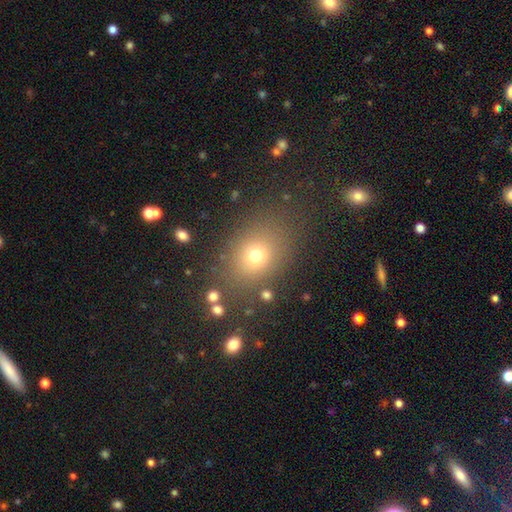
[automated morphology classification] type=smooth (70%); roundness=in between (55%); merging=none (79%).